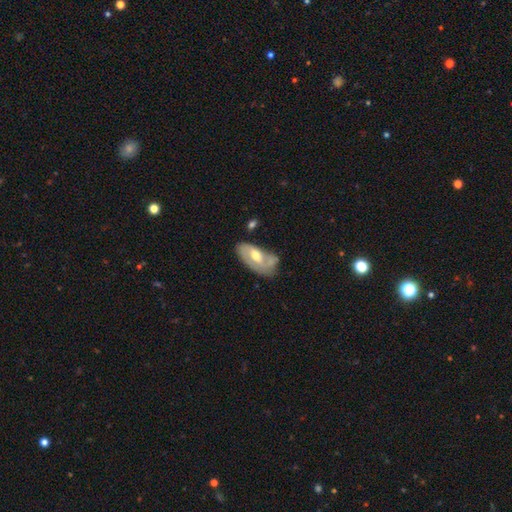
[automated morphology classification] Smooth or featured? featured or disk (60%)
Edge-on disk? no (91%)
Bar? no (59%)
Spiral arms? yes (63%)
Bulge size? moderate (73%)
Merging? none (46%)